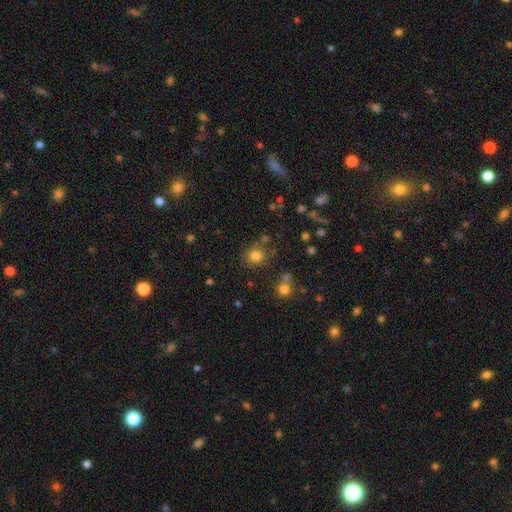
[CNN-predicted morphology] Smooth or featured: smooth — 80% (star or artifact — 14%)
How rounded: round — 82% (in between — 17%)
Merging: none — 76% (minor disturbance — 12%)